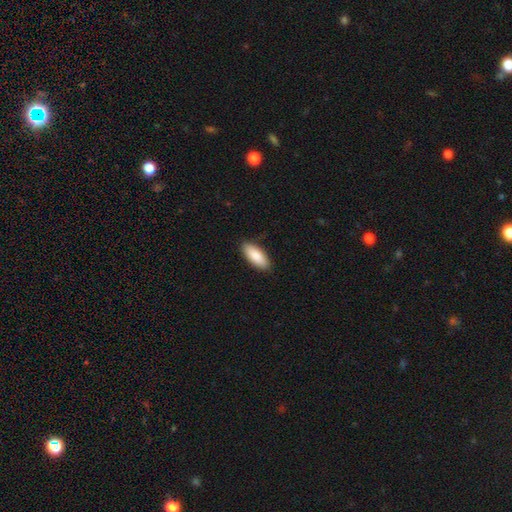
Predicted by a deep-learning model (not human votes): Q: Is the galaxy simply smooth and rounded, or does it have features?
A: smooth — 87%.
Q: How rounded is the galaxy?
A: in between — 81%.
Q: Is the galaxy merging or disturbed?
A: none — 87%.